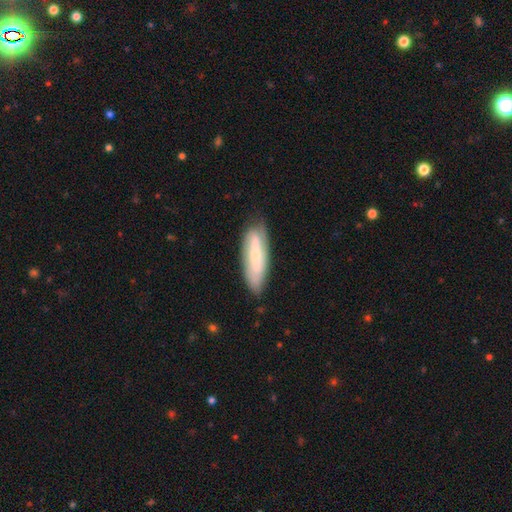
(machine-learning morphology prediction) Smooth or featured? Predicted: smooth (p=0.51). How rounded? Predicted: cigar-shaped (p=0.53). Merging? Predicted: none (p=0.74).